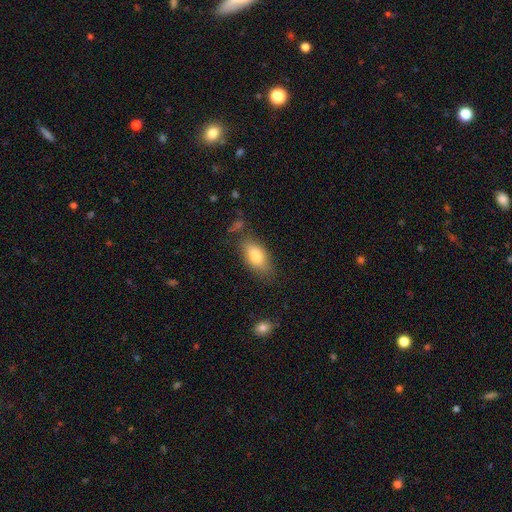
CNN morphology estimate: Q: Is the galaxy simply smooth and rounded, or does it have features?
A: smooth — 79%.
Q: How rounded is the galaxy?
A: in between — 88%.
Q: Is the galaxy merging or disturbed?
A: none — 74%.